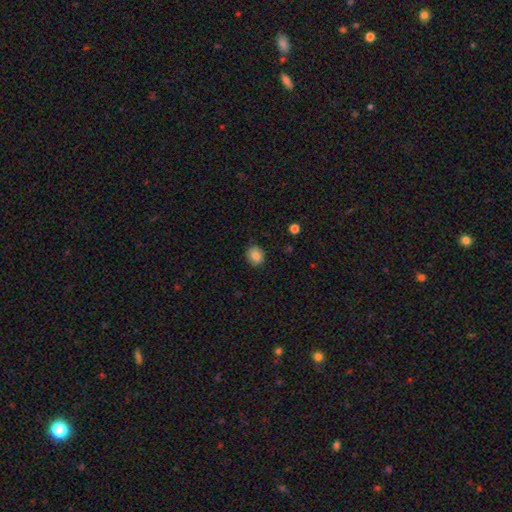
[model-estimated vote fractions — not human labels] Smooth or featured? smooth (84%)
How rounded? round (70%)
Merging? none (86%)